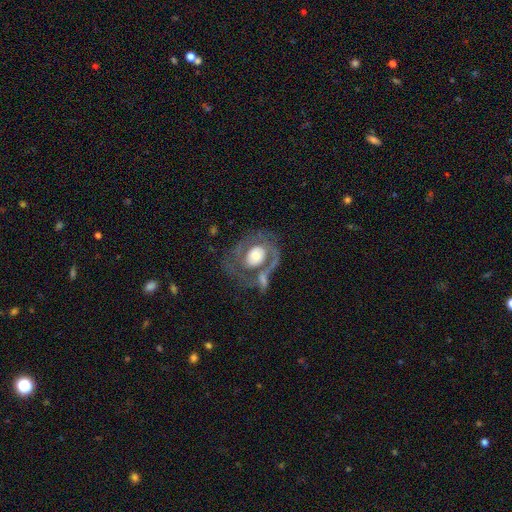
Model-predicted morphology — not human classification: A featured or disk galaxy (66%) with no bar (76%), spiral arms (59%) and a moderate central bulge (49%).

Vote fractions:
- Smooth or featured? featured or disk: 66% / smooth: 27% / star or artifact: 7%
- Edge-on disk? no: 96% / yes: 4%
- Bar? no: 76% / weak: 17% / strong: 7%
- Spiral arms? yes: 59% / no: 41%
- Bulge size? moderate: 49% / large: 26% / small: 19% / dominant: 4% / none: 2%
- Merging? none: 43% / major disturbance: 24% / merger: 17% / minor disturbance: 16%